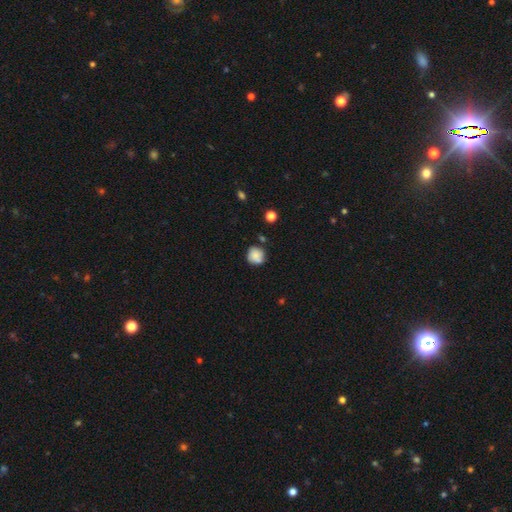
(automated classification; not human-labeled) A smooth galaxy with no disk features (81%) that is round (88%).

Vote fractions:
- Smooth or featured? smooth: 81% / featured or disk: 10% / star or artifact: 9%
- How rounded? round: 88% / in between: 11% / cigar-shaped: 1%
- Merging? none: 70% / minor disturbance: 19% / merger: 6% / major disturbance: 4%